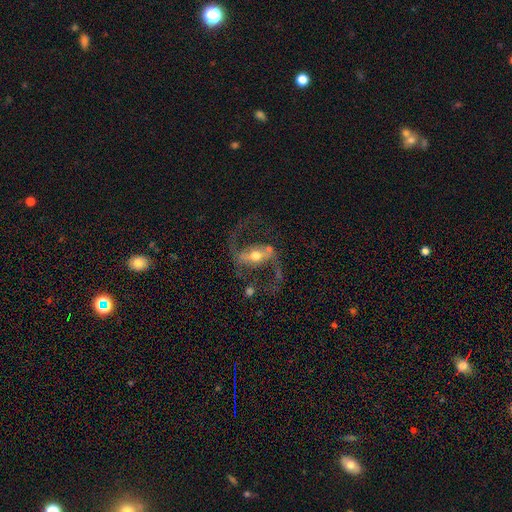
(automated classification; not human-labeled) smooth_or_featured: featured or disk (p=0.87) [alt: smooth p=0.07]
disk_edge_on: no (p=0.95) [alt: yes p=0.05]
bar: strong (p=0.50) [alt: weak p=0.31]
has_spiral_arms: yes (p=0.91) [alt: no p=0.09]
spiral_winding: loose (p=0.56) [alt: medium p=0.37]
spiral_arm_count: 2 (p=0.93) [alt: can't tell p=0.02]
bulge_size: moderate (p=0.67) [alt: small p=0.23]
merging: none (p=0.65) [alt: major disturbance p=0.16]